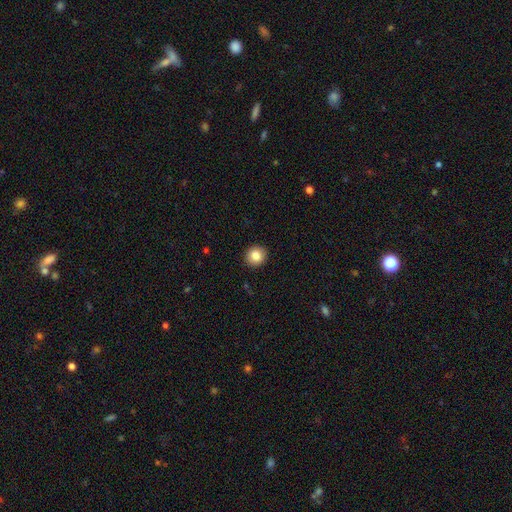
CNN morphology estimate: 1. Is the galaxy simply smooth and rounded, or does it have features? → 85% smooth, 9% star or artifact, 6% featured or disk.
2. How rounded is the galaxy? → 87% round, 12% in between, 1% cigar-shaped.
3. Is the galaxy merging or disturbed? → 92% none, 6% minor disturbance, 2% major disturbance, 1% merger.